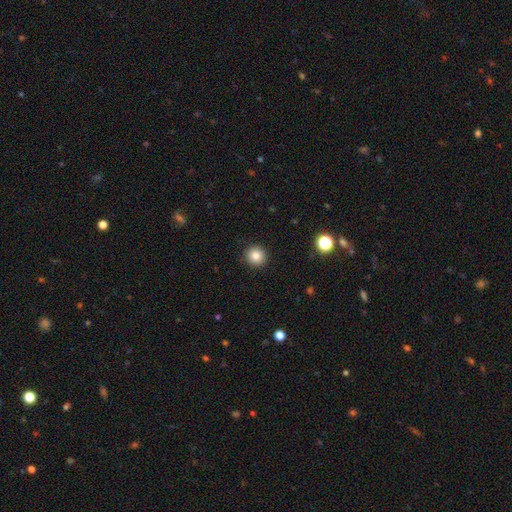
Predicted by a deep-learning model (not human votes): Smooth or featured? smooth (82%)
How rounded? round (94%)
Merging? none (92%)